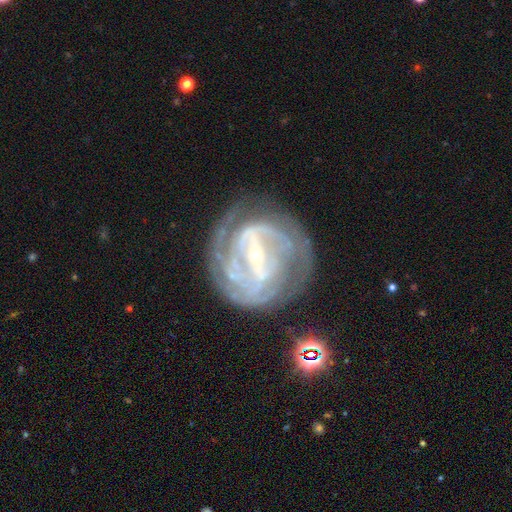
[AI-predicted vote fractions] Q: Smooth or featured?
A: featured or disk (87%); runner-up: smooth (7%)
Q: Edge-on disk?
A: no (96%); runner-up: yes (4%)
Q: Bar?
A: strong (61%); runner-up: weak (28%)
Q: Spiral arms?
A: yes (90%); runner-up: no (10%)
Q: Spiral winding?
A: tight (63%); runner-up: medium (29%)
Q: Spiral arm count?
A: can't tell (33%); runner-up: 2 (32%)
Q: Bulge size?
A: small (82%); runner-up: moderate (14%)
Q: Merging?
A: none (69%); runner-up: minor disturbance (17%)